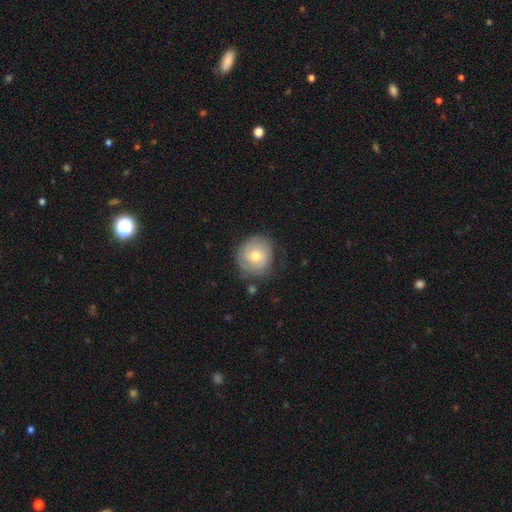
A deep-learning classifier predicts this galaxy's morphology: The model was most divided on "smooth or featured": smooth: 47%, featured or disk: 46%, star or artifact: 7%. More confident: merging — none (71%).